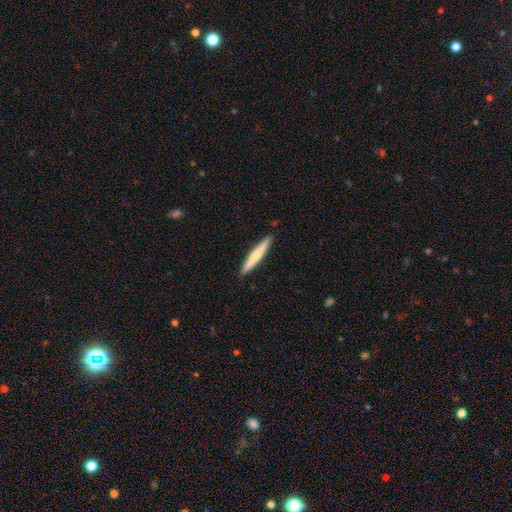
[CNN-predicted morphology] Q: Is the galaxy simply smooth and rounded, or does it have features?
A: smooth — 61%.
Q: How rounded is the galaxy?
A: cigar-shaped — 95%.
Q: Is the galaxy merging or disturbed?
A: none — 91%.